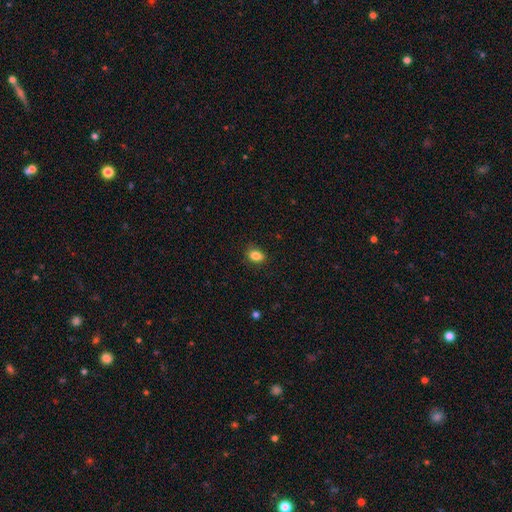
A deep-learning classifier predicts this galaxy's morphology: Smooth or featured: smooth — 85% (star or artifact — 10%)
How rounded: in between — 74% (round — 24%)
Merging: none — 84% (minor disturbance — 13%)